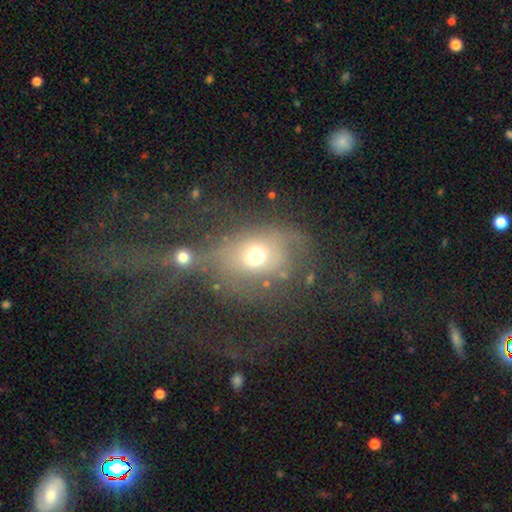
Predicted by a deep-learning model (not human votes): A smooth galaxy with no disk features (56%) that is round (52%).

Vote fractions:
- Smooth or featured? smooth: 56% / featured or disk: 27% / star or artifact: 17%
- How rounded? round: 52% / in between: 45% / cigar-shaped: 2%
- Merging? none: 33% / merger: 28% / major disturbance: 23% / minor disturbance: 15%